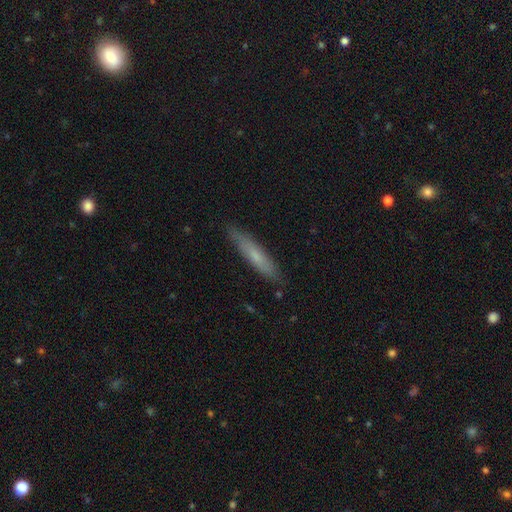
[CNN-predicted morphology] This is likely a smooth galaxy (61%). How rounded: clearly cigar-shaped (88%). Merging: clearly none (85%).